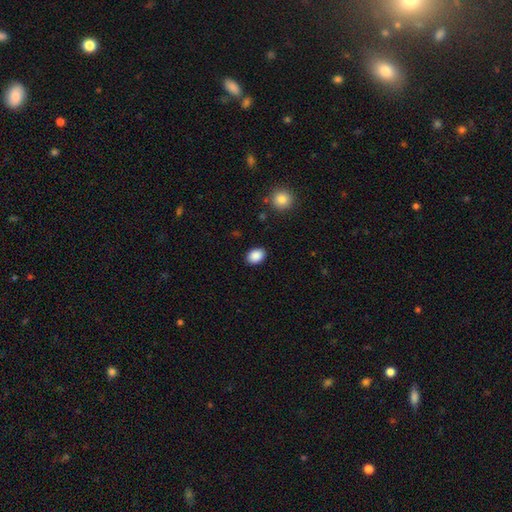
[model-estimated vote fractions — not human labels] Smooth or featured: smooth — 89% (star or artifact — 8%)
How rounded: in between — 75% (round — 24%)
Merging: none — 88% (minor disturbance — 8%)